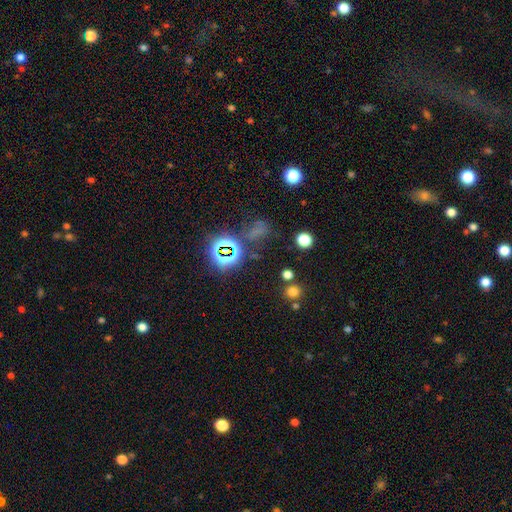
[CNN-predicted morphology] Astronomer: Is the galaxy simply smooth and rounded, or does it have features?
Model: star or artifact — 73%.